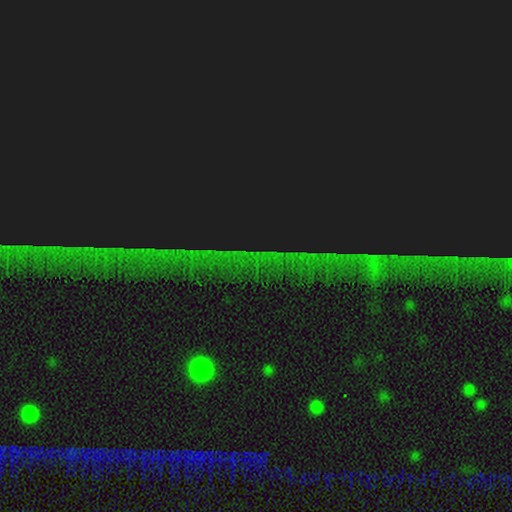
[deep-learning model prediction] Q: Smooth or featured?
A: star or artifact (87%); runner-up: featured or disk (7%)